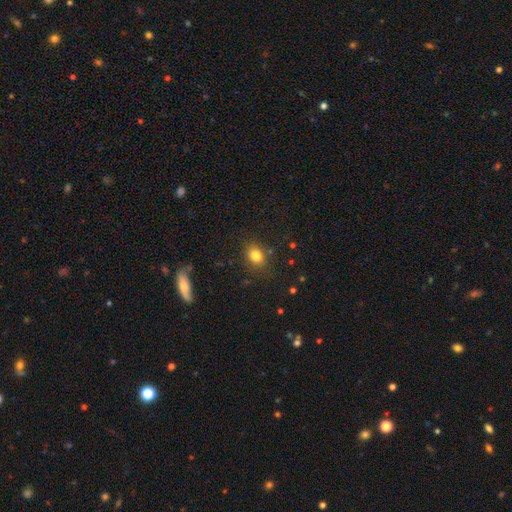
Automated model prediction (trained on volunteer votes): Q: Smooth or featured?
A: smooth (81%); runner-up: star or artifact (12%)
Q: How rounded?
A: in between (51%); runner-up: round (47%)
Q: Merging?
A: none (83%); runner-up: minor disturbance (12%)